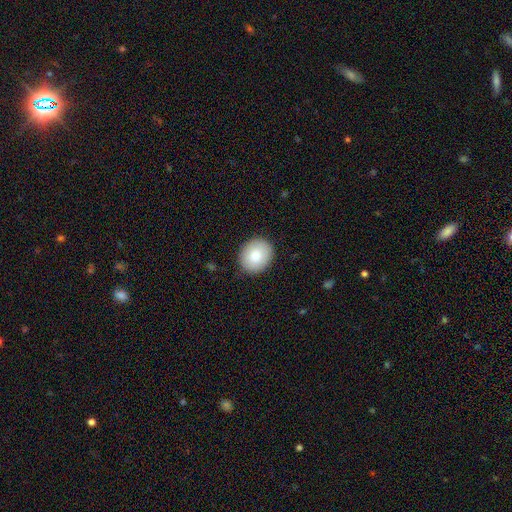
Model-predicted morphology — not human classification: This is clearly a smooth galaxy (85%). How rounded: likely round (64%). Merging: clearly none (88%).